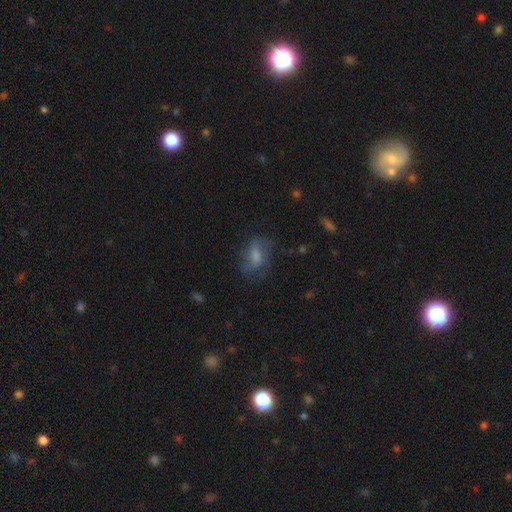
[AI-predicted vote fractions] Smooth or featured?
  - smooth: 51% *
  - featured or disk: 38%
  - star or artifact: 11%
How rounded?
  - in between: 77% *
  - cigar-shaped: 14%
  - round: 10%
Merging?
  - none: 56% *
  - minor disturbance: 24%
  - major disturbance: 18%
  - merger: 2%